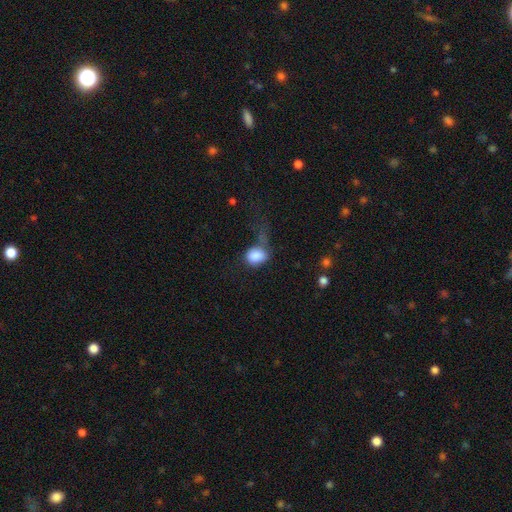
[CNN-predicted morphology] smooth 84%, star or artifact 8%, featured or disk 8%. Down the decision tree: how rounded — in between (61%); merging — major disturbance (34%).